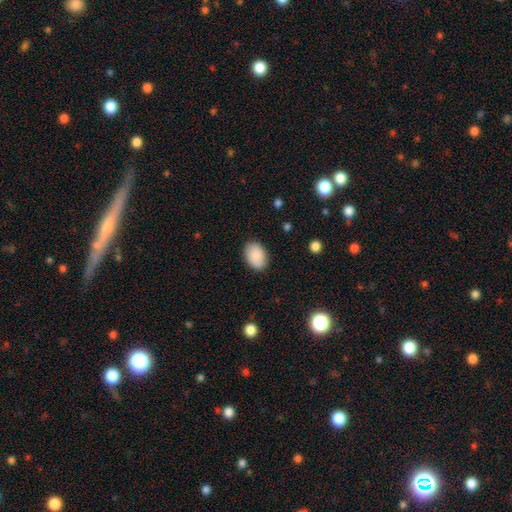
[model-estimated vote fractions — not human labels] smooth_or_featured: smooth (p=0.89) [alt: star or artifact p=0.06]
how_rounded: in between (p=0.84) [alt: round p=0.15]
merging: none (p=0.87) [alt: minor disturbance p=0.10]